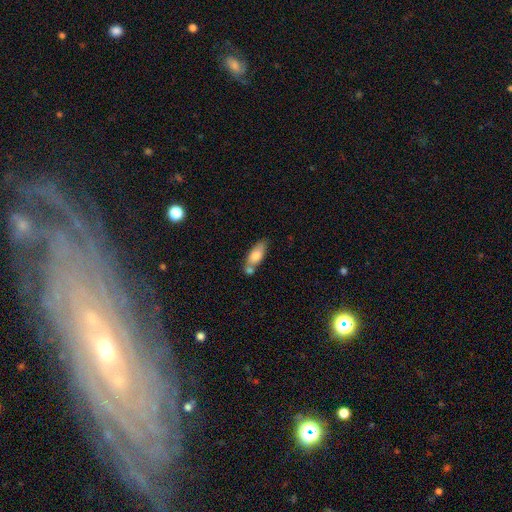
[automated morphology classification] The model was most divided on "merging": none: 47%, merger: 32%, minor disturbance: 16%, major disturbance: 5%. More confident: smooth or featured — smooth (76%); how rounded — in between (72%).